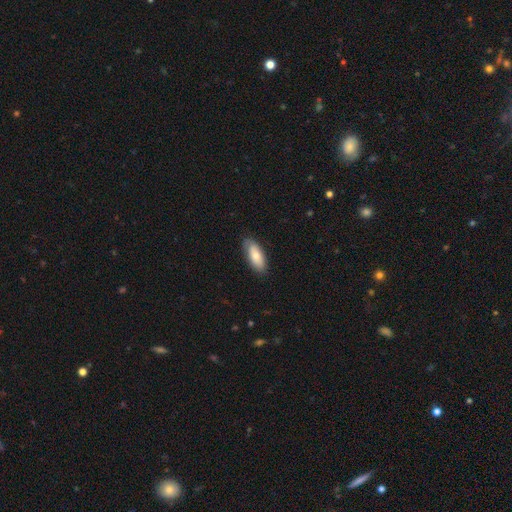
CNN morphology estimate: Smooth or featured? smooth (76%)
How rounded? in between (81%)
Merging? none (81%)